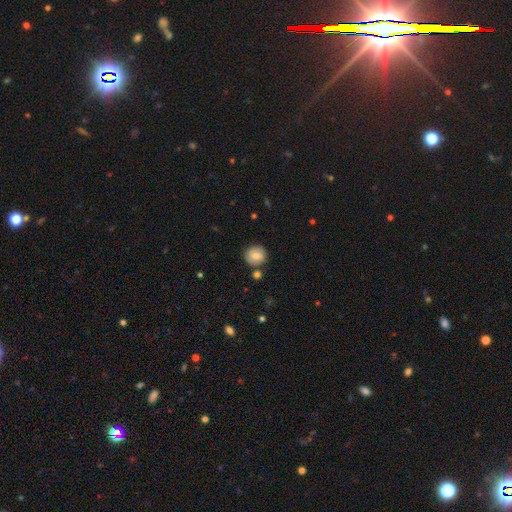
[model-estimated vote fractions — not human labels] smooth 75%, featured or disk 16%, star or artifact 9%. Down the decision tree: how rounded — round (90%); merging — none (80%).